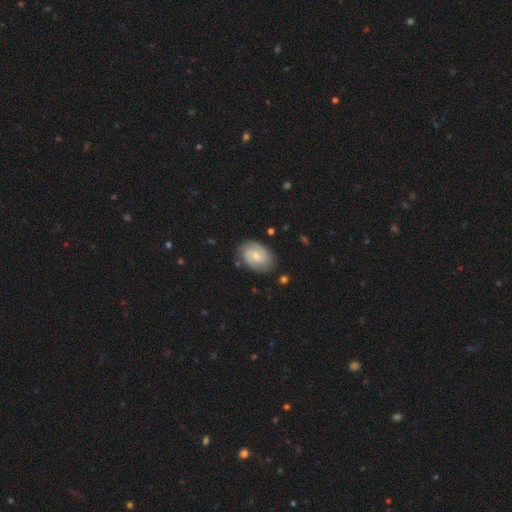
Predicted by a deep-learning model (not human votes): Morphology: type=featured or disk (66%); edge-on=no (97%); bar=no (58%); spiral arms=yes (92%); winding=tight (50%); arm count=2 (60%); bulge=small (50%); merging=none (79%).